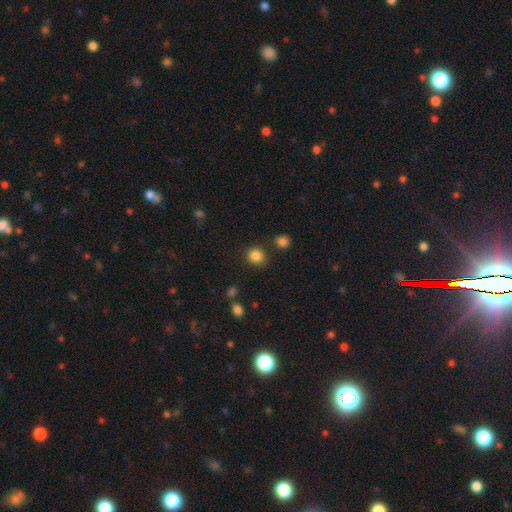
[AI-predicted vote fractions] Smooth or featured? smooth (85%)
How rounded? round (85%)
Merging? none (82%)